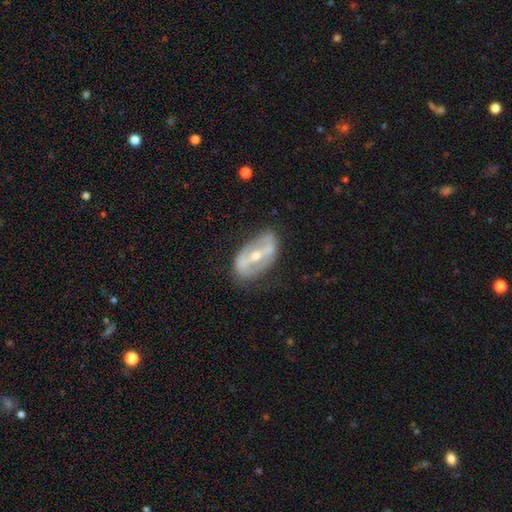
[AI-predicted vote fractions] Overall: featured or disk (77%). Edge-on disk: no (89%). Bar: strong (68%). Spiral arms: no (55%; yes 45%). Bulge size: moderate (50%; small 47%). Merging: none (74%).